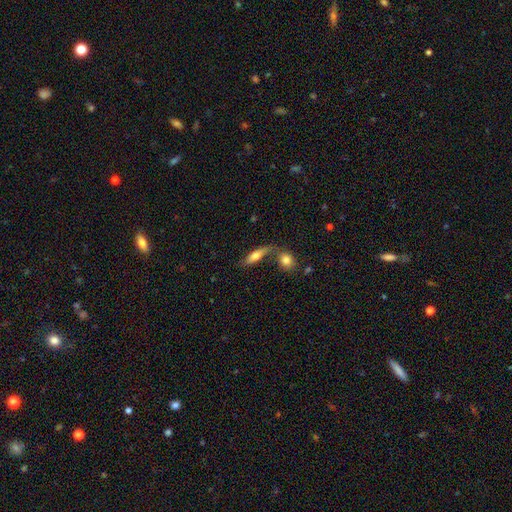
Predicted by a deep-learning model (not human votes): A smooth galaxy with no disk features (62%) that is in between round and cigar-shaped (55%). Merging: none (45%).